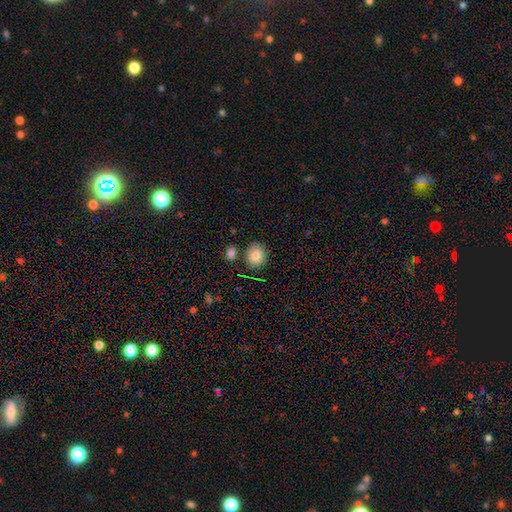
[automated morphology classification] The model was most divided on "how rounded": round: 77%, in between: 22%, cigar-shaped: 1%. More confident: smooth or featured — smooth (83%); merging — none (80%).